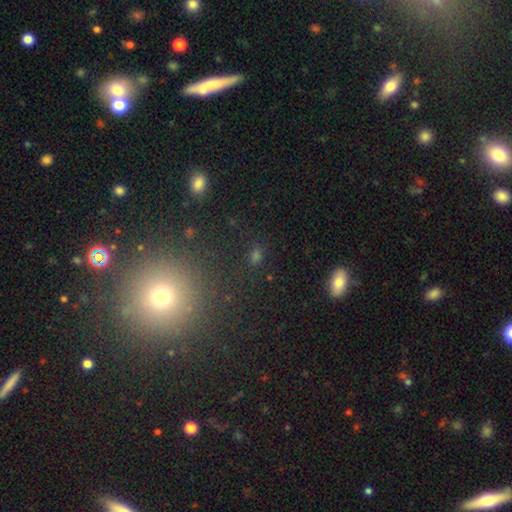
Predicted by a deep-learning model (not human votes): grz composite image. It shows a smooth galaxy with no disk features (63%) that is round (56%). Merging: none (79%).